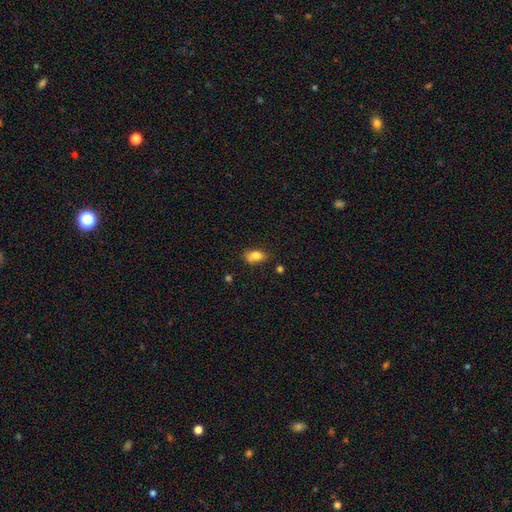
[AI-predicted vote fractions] smooth_or_featured: smooth (p=0.81) [alt: featured or disk p=0.10]
how_rounded: in between (p=0.85) [alt: round p=0.11]
merging: none (p=0.59) [alt: minor disturbance p=0.28]